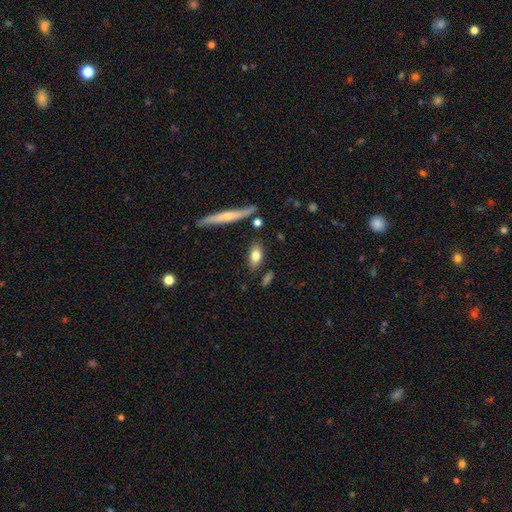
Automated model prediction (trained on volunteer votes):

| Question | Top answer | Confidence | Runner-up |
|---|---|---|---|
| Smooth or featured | smooth | 72% | featured or disk (21%) |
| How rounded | in between | 77% | cigar-shaped (19%) |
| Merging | none | 79% | minor disturbance (13%) |